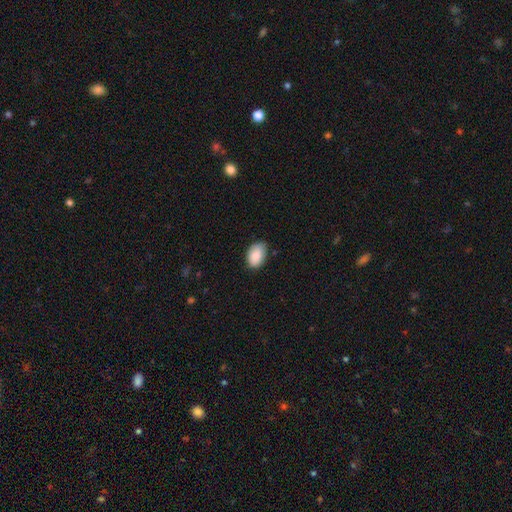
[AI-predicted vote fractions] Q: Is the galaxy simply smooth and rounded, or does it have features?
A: smooth — 88%.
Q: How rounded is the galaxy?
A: in between — 90%.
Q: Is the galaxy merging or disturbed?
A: none — 74%.